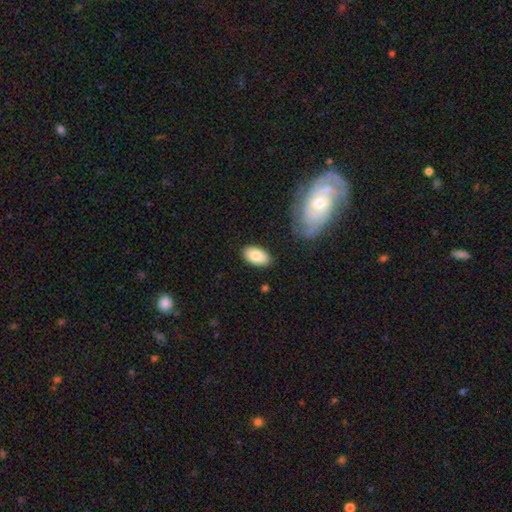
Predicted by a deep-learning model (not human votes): smooth 81%, featured or disk 12%, star or artifact 7%. Down the decision tree: how rounded — in between (94%); merging — none (84%).